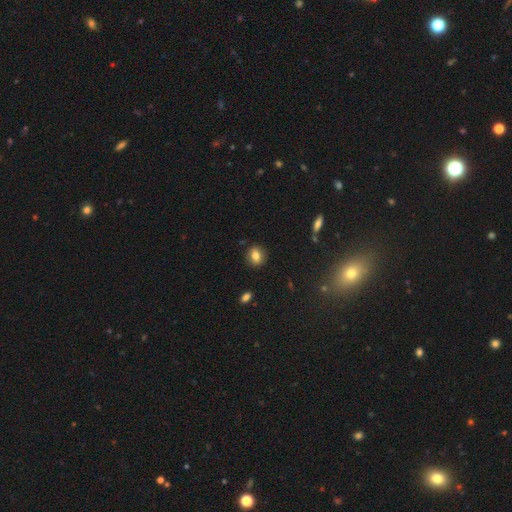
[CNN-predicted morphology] This is clearly a smooth galaxy (80%). How rounded: possibly round (58%). Merging: clearly none (87%).